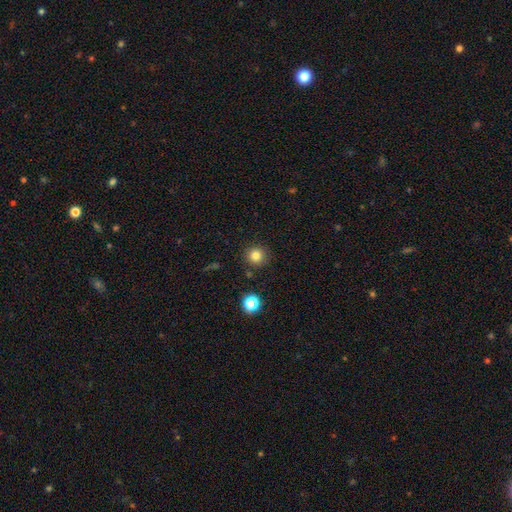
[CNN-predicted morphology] smooth-or-featured: smooth: 81% | star or artifact: 13% | featured or disk: 6%
  how-rounded: round: 94% | in between: 5% | cigar-shaped: 1%
  merging: none: 88% | minor disturbance: 7% | merger: 3% | major disturbance: 2%